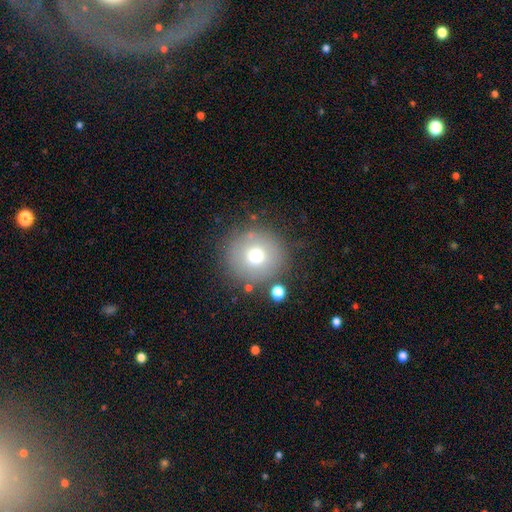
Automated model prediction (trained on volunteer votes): Smooth or featured?
  - smooth: 72% *
  - featured or disk: 16%
  - star or artifact: 12%
How rounded?
  - round: 93% *
  - in between: 6%
  - cigar-shaped: 1%
Merging?
  - none: 83% *
  - minor disturbance: 10%
  - major disturbance: 4%
  - merger: 3%